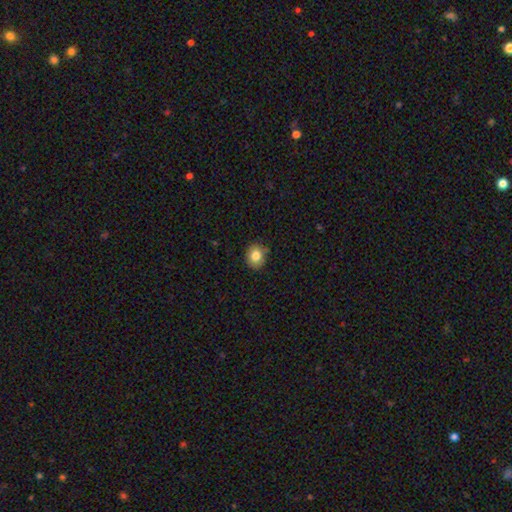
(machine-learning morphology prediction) The model was most divided on "how rounded": round: 65%, in between: 34%, cigar-shaped: 1%. More confident: merging — none (83%); smooth or featured — smooth (82%).